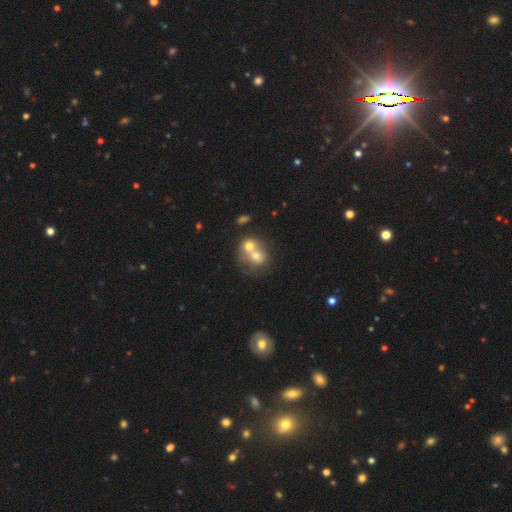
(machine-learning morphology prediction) This is likely a smooth galaxy (61%). How rounded: likely round (70%). Merging: likely merger (68%).